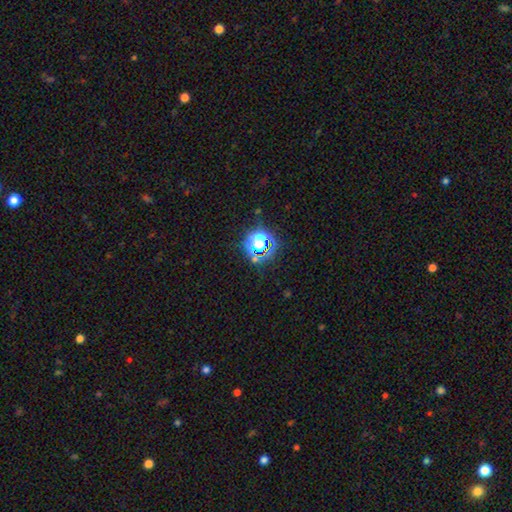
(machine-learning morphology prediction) Q: Smooth or featured?
A: star or artifact (70%); runner-up: smooth (22%)